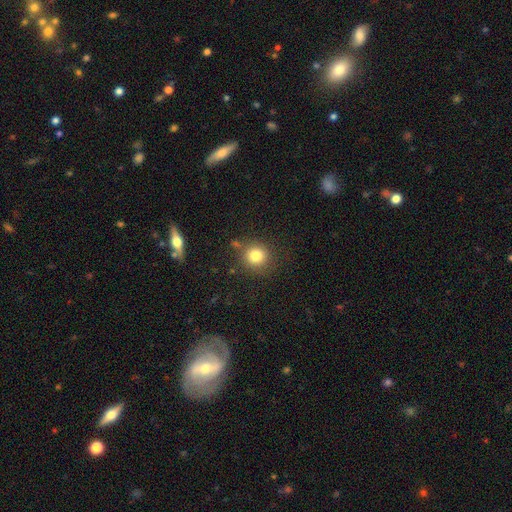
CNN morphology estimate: Overall: smooth (82%). How rounded: round (89%). Merging: none (80%).